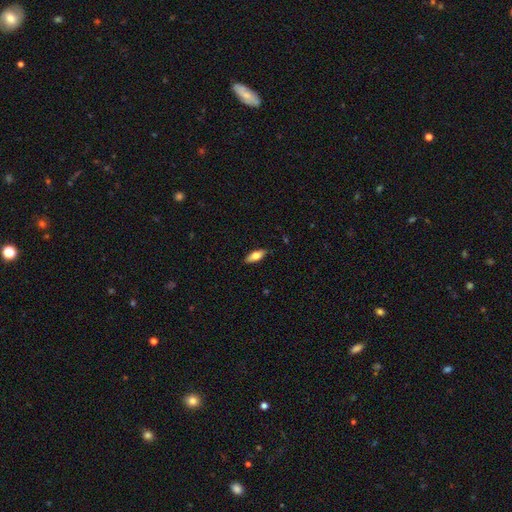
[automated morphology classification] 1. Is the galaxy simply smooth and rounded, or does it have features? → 70% smooth, 24% featured or disk, 6% star or artifact.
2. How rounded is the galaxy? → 77% in between, 21% cigar-shaped, 2% round.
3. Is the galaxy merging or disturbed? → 87% none, 10% minor disturbance, 2% major disturbance, 1% merger.